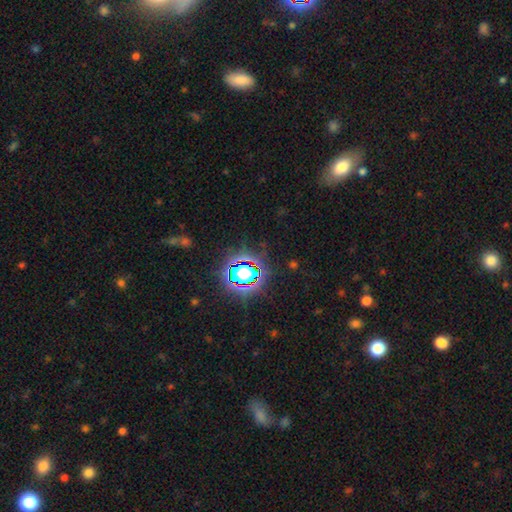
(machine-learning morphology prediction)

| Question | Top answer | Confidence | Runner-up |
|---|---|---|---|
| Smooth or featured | star or artifact | 72% | smooth (18%) |